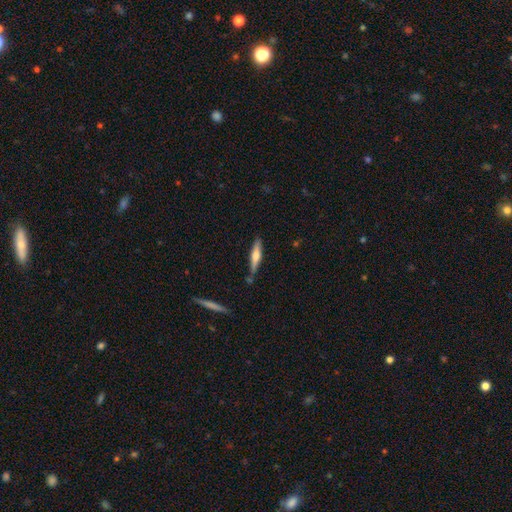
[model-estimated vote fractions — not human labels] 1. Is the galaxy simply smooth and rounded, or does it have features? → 48% smooth, 46% featured or disk, 5% star or artifact.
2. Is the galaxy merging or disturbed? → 77% none, 15% minor disturbance, 5% merger, 3% major disturbance.